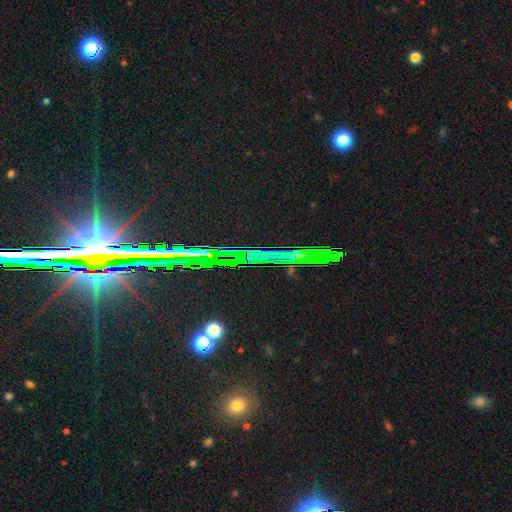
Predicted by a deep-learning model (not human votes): Overall: star or artifact (72%).